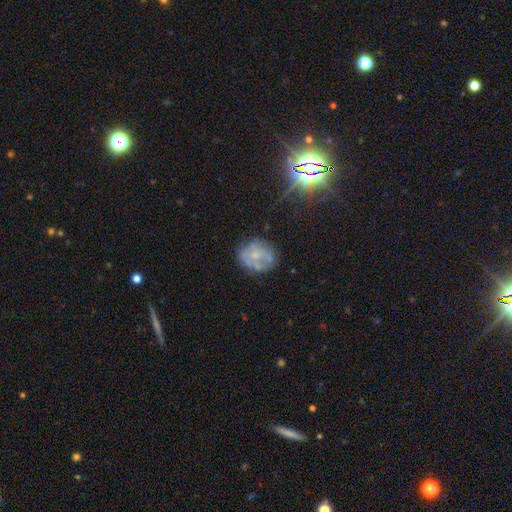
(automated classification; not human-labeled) This is possibly a featured or disk galaxy (50%). Merging: likely none (63%).